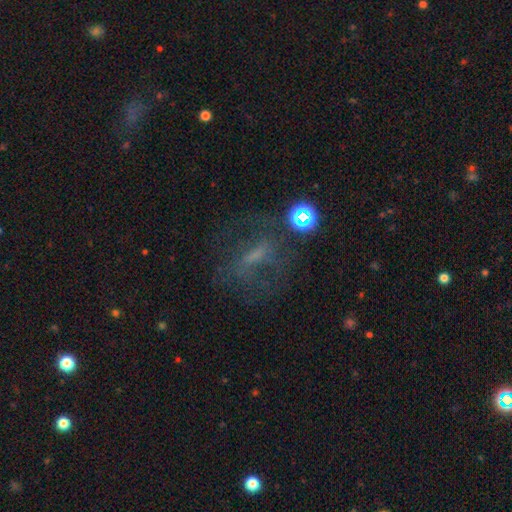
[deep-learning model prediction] The model was most divided on "smooth or featured": featured or disk: 44%, smooth: 32%, star or artifact: 24%. More confident: merging — none (55%).